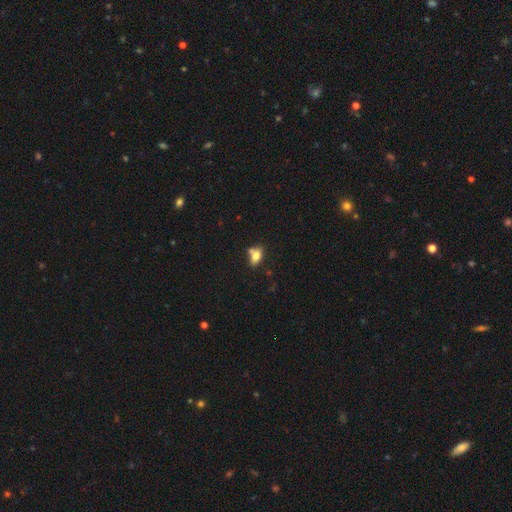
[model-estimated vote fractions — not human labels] Smooth or featured? Predicted: smooth (p=0.72). How rounded? Predicted: in between (p=0.82). Merging? Predicted: none (p=0.55).